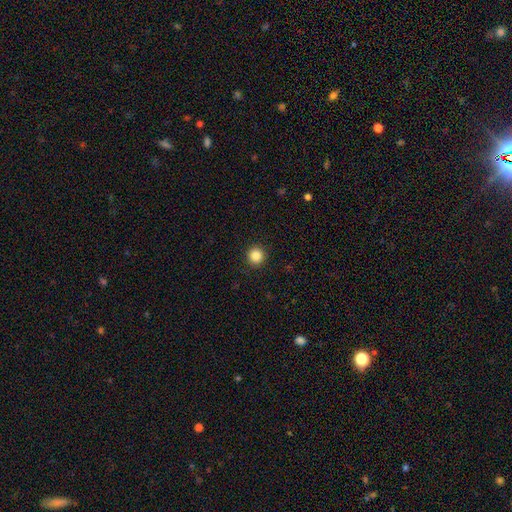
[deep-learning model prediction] Smooth or featured? smooth (85%)
How rounded? round (95%)
Merging? none (93%)